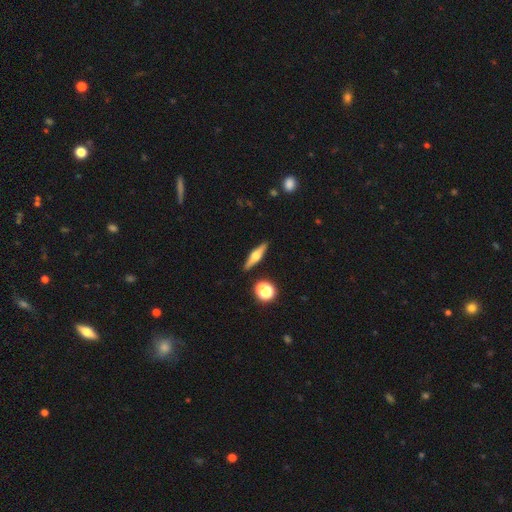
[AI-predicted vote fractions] Smooth or featured? featured or disk (64%)
Edge-on disk? yes (95%)
Edge-on bulge? rounded (93%)
Merging? none (88%)